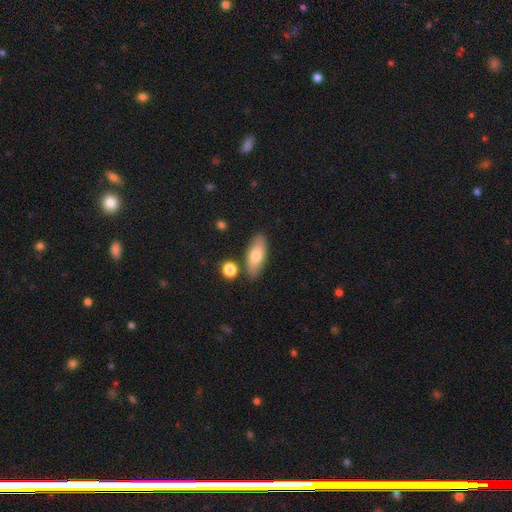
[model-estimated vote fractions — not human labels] A smooth galaxy with no disk features (71%) that is in between round and cigar-shaped (74%).

Vote fractions:
- Smooth or featured? smooth: 71% / featured or disk: 22% / star or artifact: 6%
- How rounded? in between: 74% / cigar-shaped: 22% / round: 4%
- Merging? none: 81% / minor disturbance: 11% / merger: 5% / major disturbance: 3%